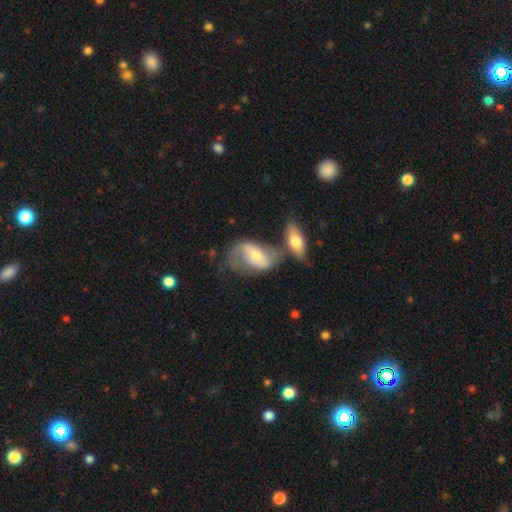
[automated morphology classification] Smooth or featured? featured or disk (62%)
Edge-on disk? no (92%)
Bar? weak (41%)
Spiral arms? yes (79%)
Bulge size? moderate (52%)
Merging? merger (39%)